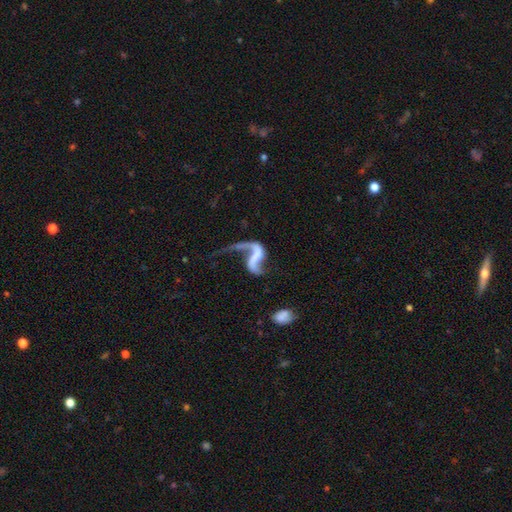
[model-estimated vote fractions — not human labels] A featured or disk galaxy (85%) with a strong bar (38%), 2 (76%) loose (89%) spiral arms (91%) and no central bulge (68%). Merging: none (39%).